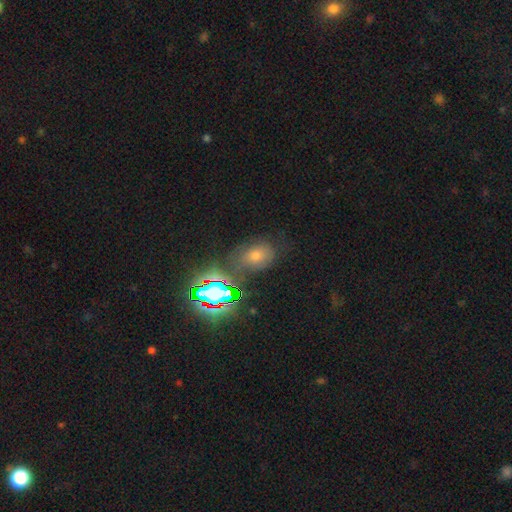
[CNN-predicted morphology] type=smooth (47%); merging=none (66%).